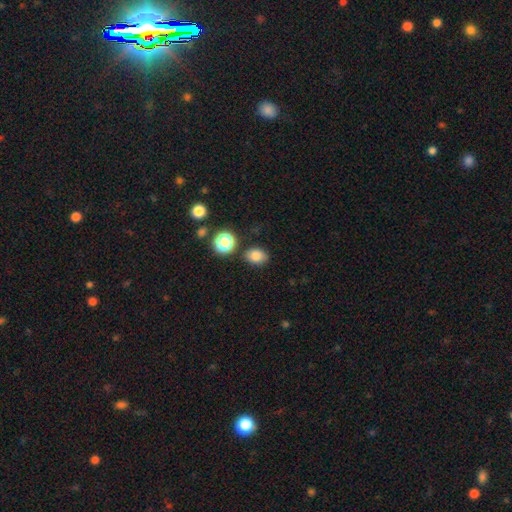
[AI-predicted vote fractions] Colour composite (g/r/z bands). It shows a smooth galaxy with no disk features (80%) that is in between round and cigar-shaped (56%). Merging: none (81%).